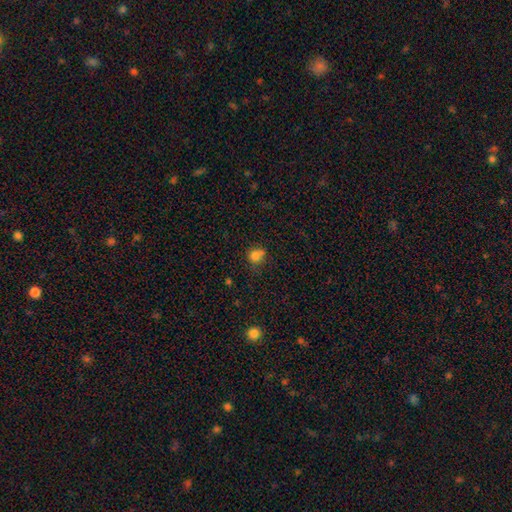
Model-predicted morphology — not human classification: A smooth galaxy with no disk features (79%) that is round (76%).

Vote fractions:
- Smooth or featured? smooth: 79% / star or artifact: 13% / featured or disk: 8%
- How rounded? round: 76% / in between: 23% / cigar-shaped: 1%
- Merging? none: 49% / minor disturbance: 26% / merger: 16% / major disturbance: 9%